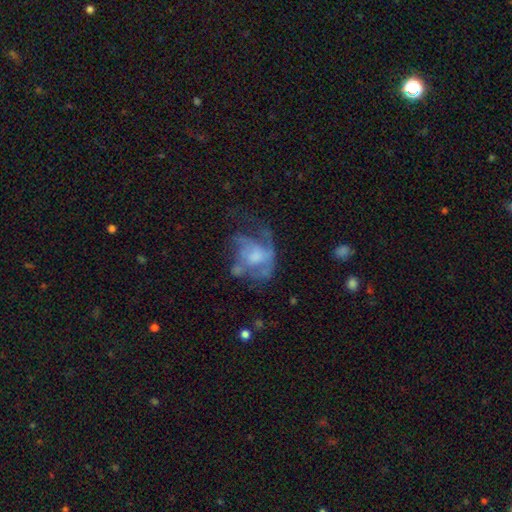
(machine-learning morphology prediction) A featured or disk galaxy (63%) with no bar (76%), spiral arms (55%) and a moderate central bulge (43%). Merging: major disturbance (47%).